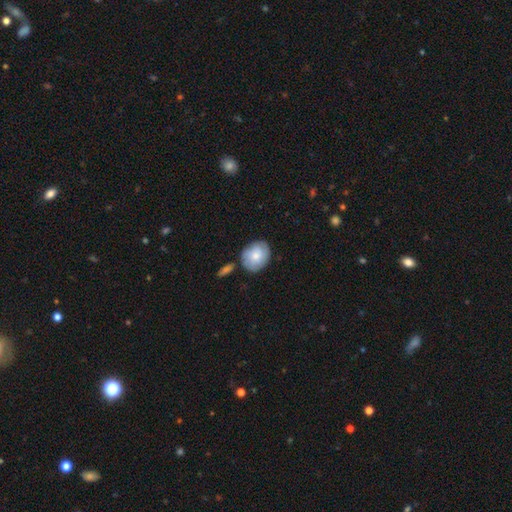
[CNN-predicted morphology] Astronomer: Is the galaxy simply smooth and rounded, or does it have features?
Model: smooth — 67%.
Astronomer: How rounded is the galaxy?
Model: round — 60% (runner-up: in between, 39%).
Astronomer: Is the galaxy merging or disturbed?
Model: none — 70%.